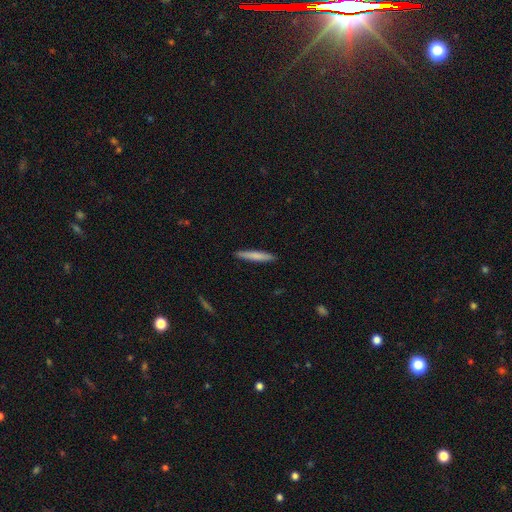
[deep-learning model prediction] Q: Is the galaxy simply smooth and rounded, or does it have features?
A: smooth — 76%.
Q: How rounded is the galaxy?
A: cigar-shaped — 94%.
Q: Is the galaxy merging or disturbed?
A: none — 92%.